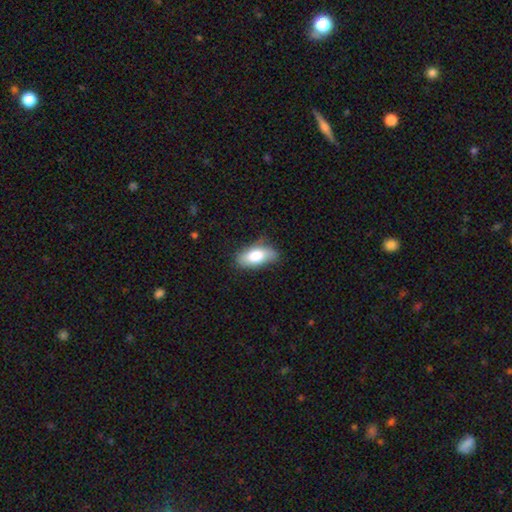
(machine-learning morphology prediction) Smooth or featured?
  - smooth: 77% *
  - featured or disk: 16%
  - star or artifact: 7%
How rounded?
  - in between: 88% *
  - cigar-shaped: 8%
  - round: 3%
Merging?
  - none: 71% *
  - minor disturbance: 23%
  - major disturbance: 5%
  - merger: 1%